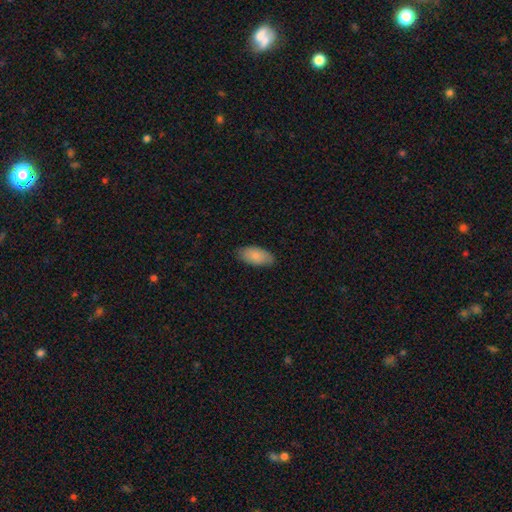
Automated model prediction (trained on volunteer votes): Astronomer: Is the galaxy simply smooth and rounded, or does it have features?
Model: smooth — 84%.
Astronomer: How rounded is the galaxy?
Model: in between — 94%.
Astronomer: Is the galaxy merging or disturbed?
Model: none — 81%.